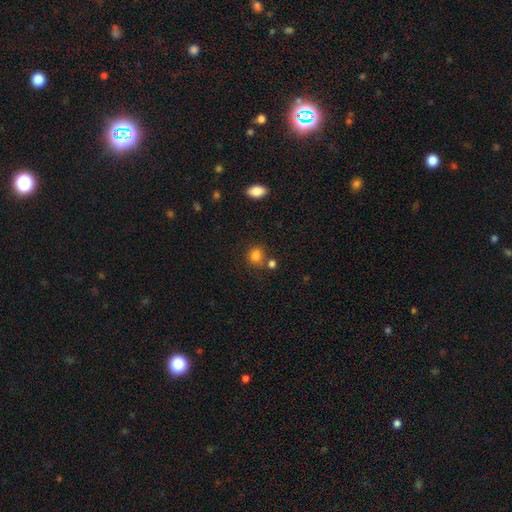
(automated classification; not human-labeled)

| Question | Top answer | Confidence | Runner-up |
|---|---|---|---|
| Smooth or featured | smooth | 83% | star or artifact (12%) |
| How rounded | round | 81% | in between (18%) |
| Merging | none | 72% | merger (14%) |